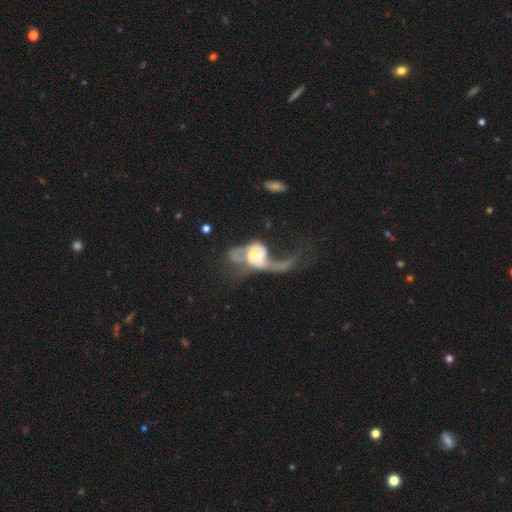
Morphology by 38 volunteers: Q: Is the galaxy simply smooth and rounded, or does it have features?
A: featured or disk — 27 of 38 (71%).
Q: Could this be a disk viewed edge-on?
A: no — 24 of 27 (89%).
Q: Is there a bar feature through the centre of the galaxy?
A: no — 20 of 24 (83%).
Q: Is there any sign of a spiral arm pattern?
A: yes — 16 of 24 (67%).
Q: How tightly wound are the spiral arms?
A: loose — 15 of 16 (94%).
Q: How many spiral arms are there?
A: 2 — 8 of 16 (50%).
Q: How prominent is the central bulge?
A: moderate — 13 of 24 (54%).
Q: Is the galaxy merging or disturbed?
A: merger — 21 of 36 (58%).